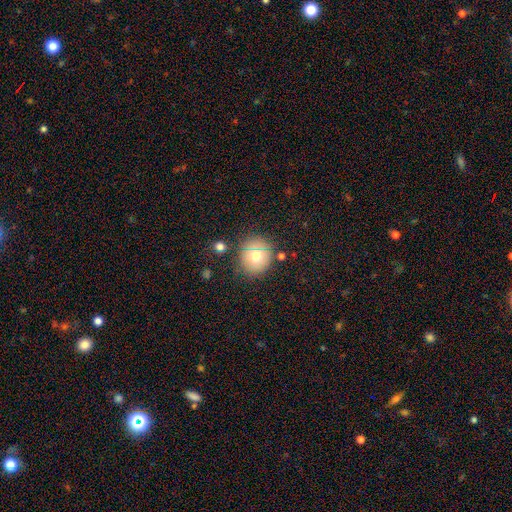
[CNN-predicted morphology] A smooth galaxy with no disk features (68%) that is round (86%). Merging: none (78%).